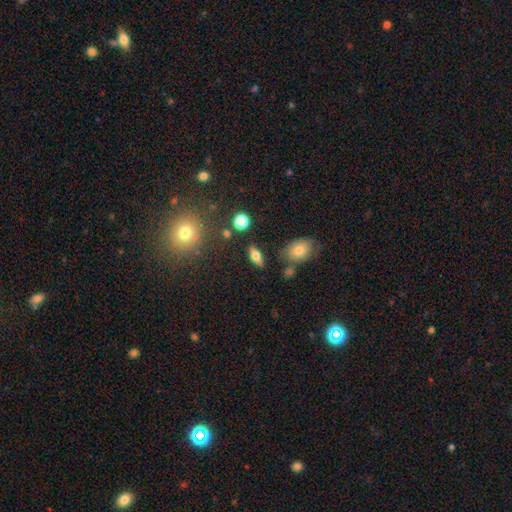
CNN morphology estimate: Smooth or featured?
  - smooth: 63% *
  - featured or disk: 27%
  - star or artifact: 10%
How rounded?
  - in between: 76% *
  - cigar-shaped: 17%
  - round: 7%
Merging?
  - none: 82% *
  - minor disturbance: 11%
  - merger: 4%
  - major disturbance: 3%